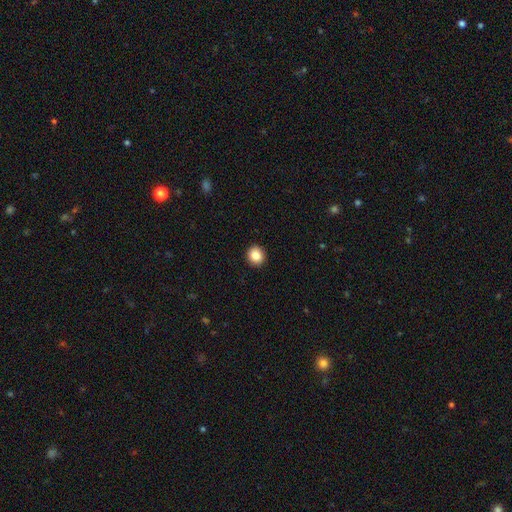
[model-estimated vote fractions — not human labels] Q: Smooth or featured?
A: smooth (86%); runner-up: star or artifact (9%)
Q: How rounded?
A: round (85%); runner-up: in between (14%)
Q: Merging?
A: none (93%); runner-up: minor disturbance (5%)